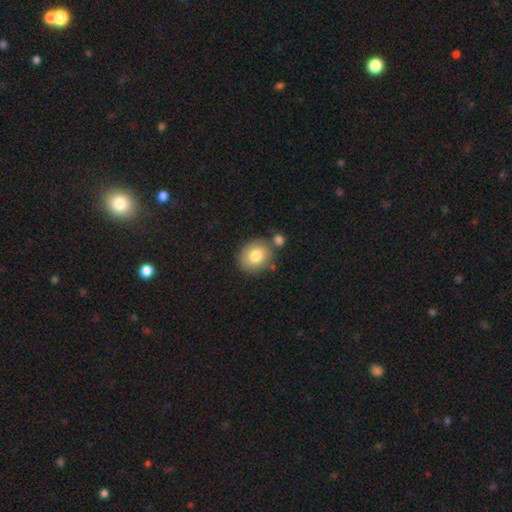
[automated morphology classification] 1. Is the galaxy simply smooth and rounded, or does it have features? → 78% smooth, 14% featured or disk, 8% star or artifact.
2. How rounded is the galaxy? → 63% round, 36% in between, 1% cigar-shaped.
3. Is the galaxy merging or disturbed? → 70% none, 14% merger, 13% minor disturbance, 4% major disturbance.